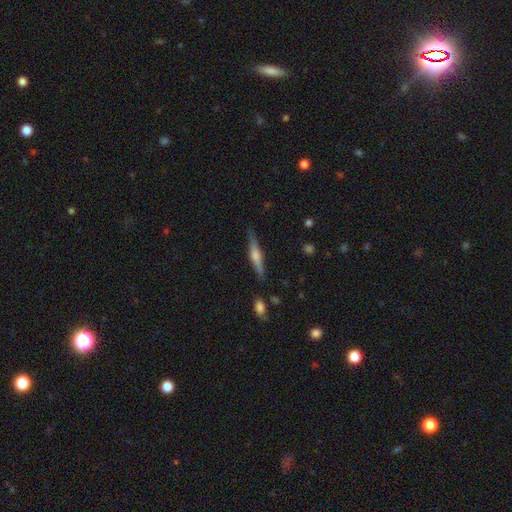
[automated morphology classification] This is possibly a featured or disk galaxy (57%). It is clearly viewed edge-on (96%). Edge-on bulge: likely rounded (76%). Merging: clearly none (82%).